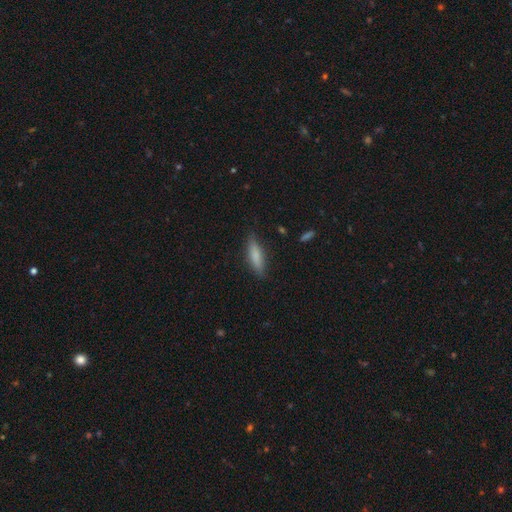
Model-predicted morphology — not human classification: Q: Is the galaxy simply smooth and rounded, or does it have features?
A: smooth — 76%.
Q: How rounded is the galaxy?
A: cigar-shaped — 64%.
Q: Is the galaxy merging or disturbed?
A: none — 84%.